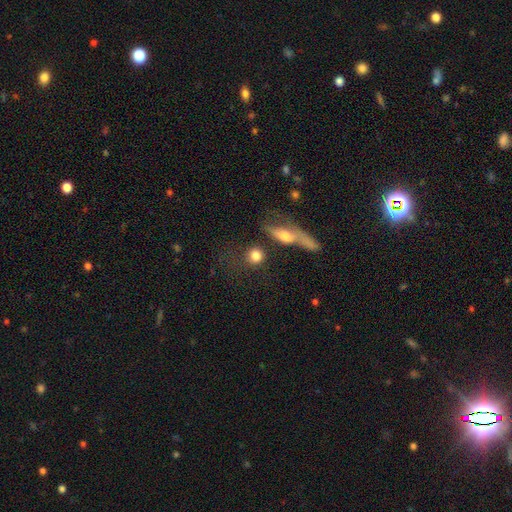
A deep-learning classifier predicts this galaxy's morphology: smooth_or_featured: smooth (p=0.79) [alt: featured or disk p=0.12]
how_rounded: round (p=0.82) [alt: in between p=0.13]
merging: none (p=0.61) [alt: merger p=0.19]